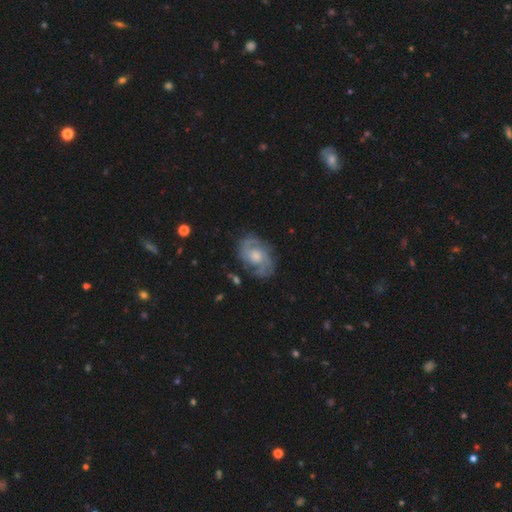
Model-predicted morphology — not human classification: A featured or disk galaxy (81%) with no bar (68%), 2 (71%) medium (48%) spiral arms (93%) and a moderate central bulge (54%). Merging: none (74%).